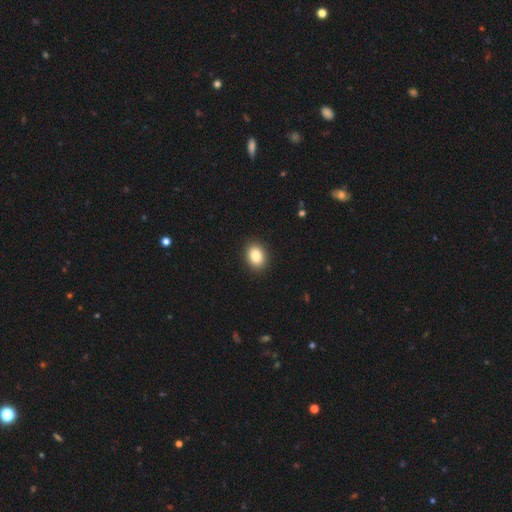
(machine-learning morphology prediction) The model was most divided on "how rounded": in between: 67%, round: 32%, cigar-shaped: 1%. More confident: merging — none (90%); smooth or featured — smooth (86%).